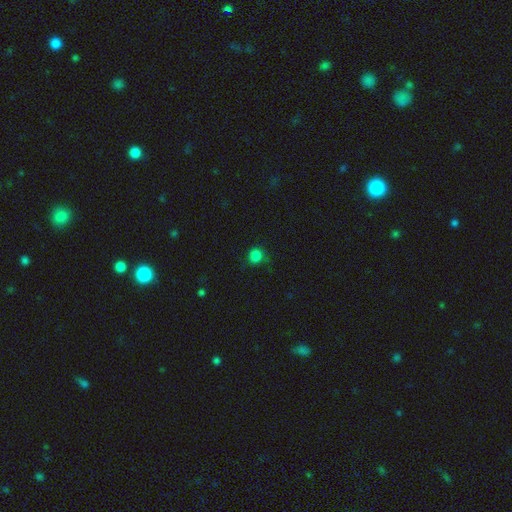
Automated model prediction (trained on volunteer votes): A smooth galaxy with no disk features (83%) that is round (87%). Merging: none (79%).